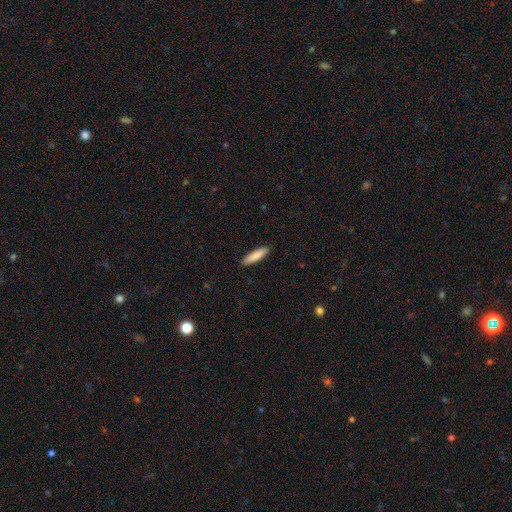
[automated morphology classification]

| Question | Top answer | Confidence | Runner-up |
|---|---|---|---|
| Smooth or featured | smooth | 86% | featured or disk (9%) |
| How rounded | cigar-shaped | 75% | in between (24%) |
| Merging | none | 91% | minor disturbance (6%) |